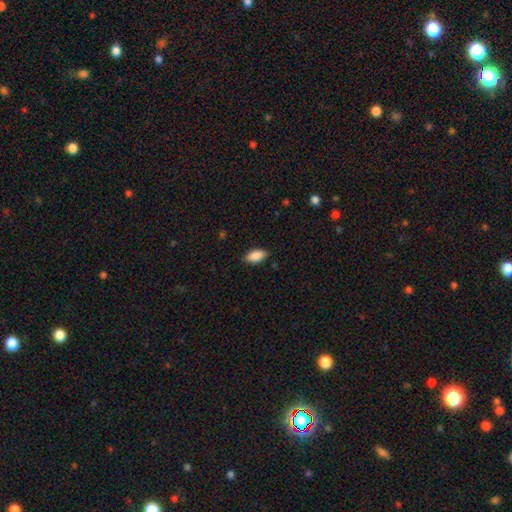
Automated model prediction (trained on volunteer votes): This is clearly a smooth galaxy (88%). How rounded: clearly in between (92%). Merging: clearly none (85%).